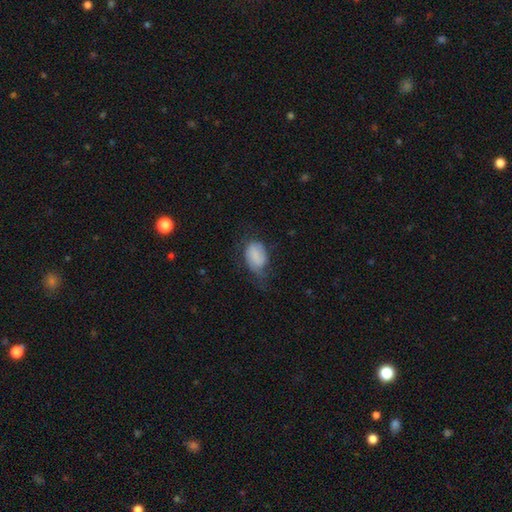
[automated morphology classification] Overall: smooth (71%). How rounded: in between (84%). Merging: minor disturbance (35%, tied with none).